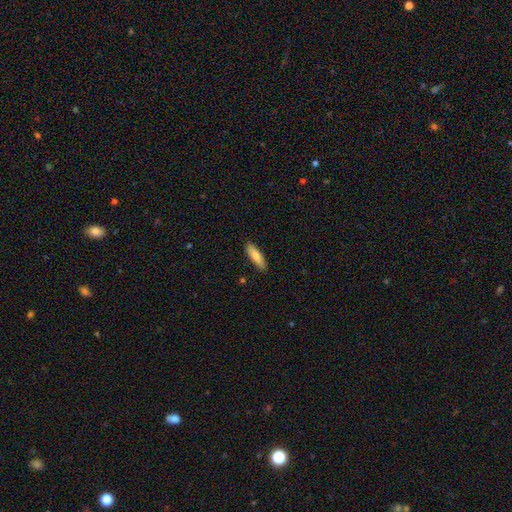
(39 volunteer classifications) Overall: smooth (79%). How rounded: cigar-shaped (77%). Merging: none (77%).